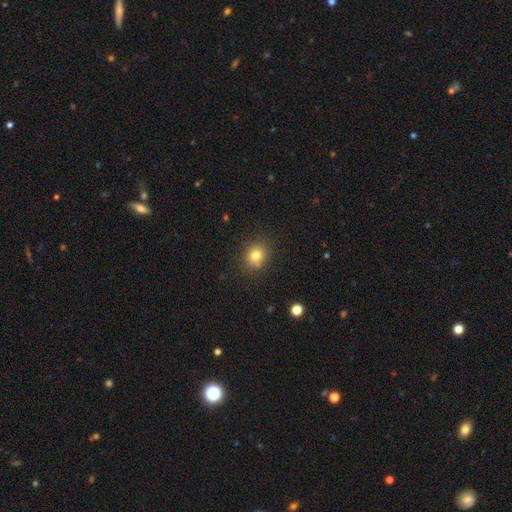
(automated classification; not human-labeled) Smooth or featured? Predicted: smooth (p=0.79). How rounded? Predicted: round (p=0.69). Merging? Predicted: none (p=0.83).